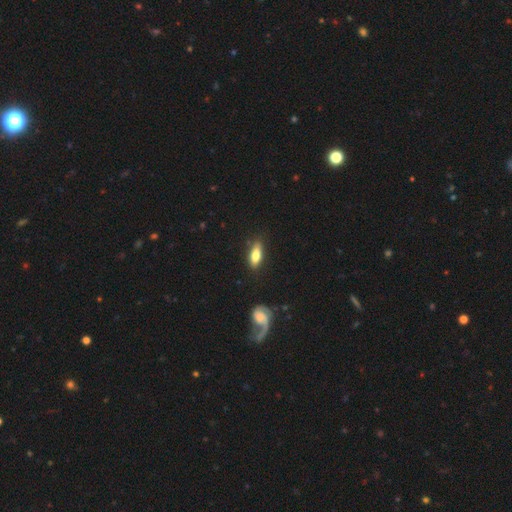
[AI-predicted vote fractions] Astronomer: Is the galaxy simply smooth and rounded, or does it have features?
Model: smooth — 74%.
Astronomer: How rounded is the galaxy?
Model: in between — 71%.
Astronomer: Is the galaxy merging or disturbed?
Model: none — 79%.